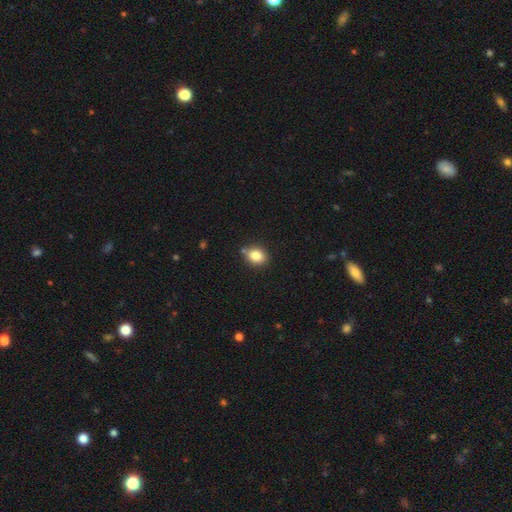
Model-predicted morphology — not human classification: A smooth galaxy with no disk features (83%) that is round (53%). Merging: none (80%).